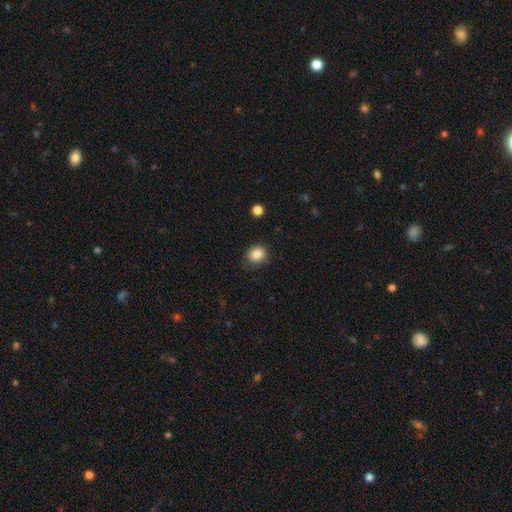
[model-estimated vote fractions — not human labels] smooth-or-featured: smooth: 86% | star or artifact: 10% | featured or disk: 4%
  how-rounded: round: 67% | in between: 32% | cigar-shaped: 1%
  merging: none: 77% | minor disturbance: 17% | major disturbance: 4% | merger: 2%